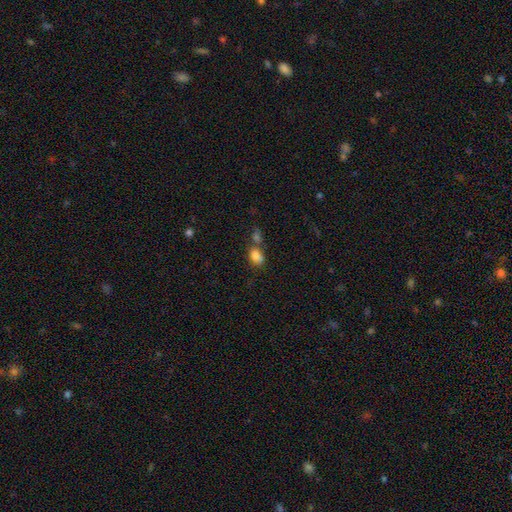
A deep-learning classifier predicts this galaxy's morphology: Smooth or featured: smooth — 80% (star or artifact — 11%)
How rounded: in between — 75% (round — 23%)
Merging: merger — 43% (none — 36%)